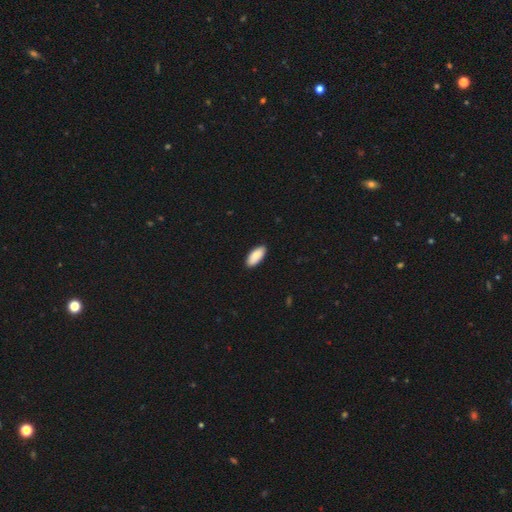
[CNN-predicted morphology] Q: Smooth or featured?
A: smooth (86%); runner-up: featured or disk (8%)
Q: How rounded?
A: in between (89%); runner-up: cigar-shaped (9%)
Q: Merging?
A: none (89%); runner-up: minor disturbance (8%)